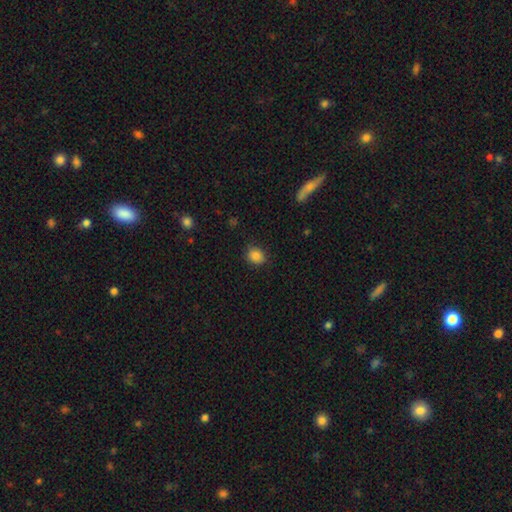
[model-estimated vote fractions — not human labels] smooth-or-featured: smooth: 86% | star or artifact: 10% | featured or disk: 4%
  how-rounded: round: 63% | in between: 36% | cigar-shaped: 1%
  merging: none: 83% | minor disturbance: 13% | major disturbance: 3% | merger: 1%